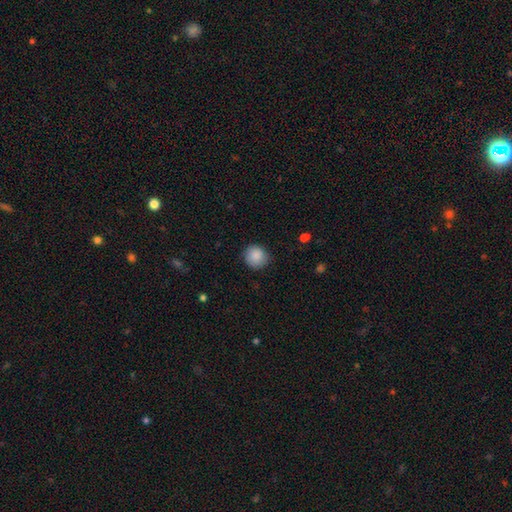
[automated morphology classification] Smooth or featured: smooth — 88% (star or artifact — 8%)
How rounded: round — 89% (in between — 10%)
Merging: none — 84% (minor disturbance — 12%)